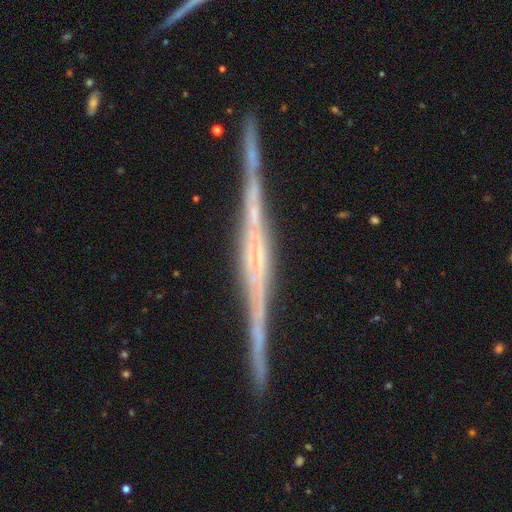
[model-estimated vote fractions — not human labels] Morphology: type=featured or disk (86%); edge-on=yes (98%); edge-on bulge=none (37%); merging=none (90%).